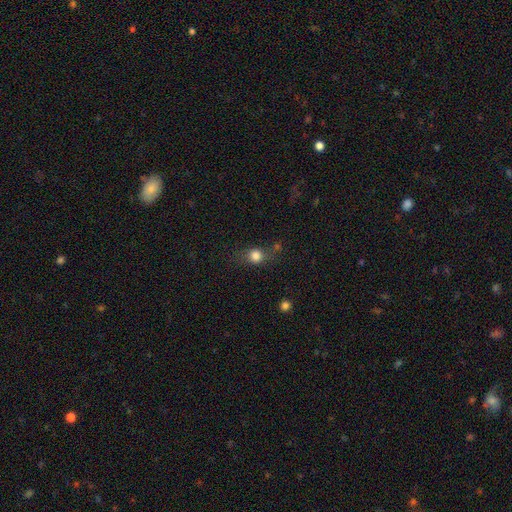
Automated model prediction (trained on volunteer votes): A smooth galaxy with no disk features (76%) that is round (70%). Merging: none (61%).